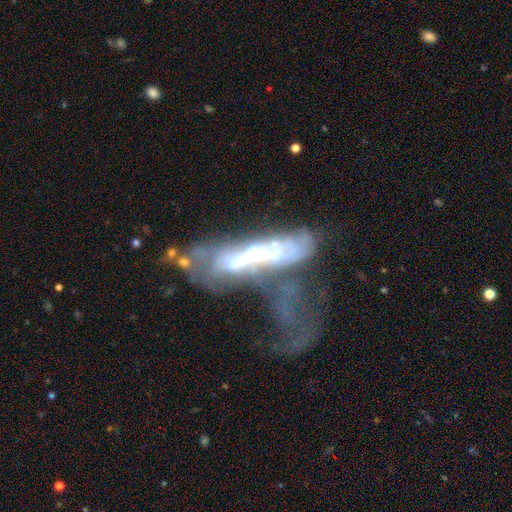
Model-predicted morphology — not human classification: Smooth or featured: featured or disk — 69% (smooth — 20%)
Edge-on disk: no — 74% (yes — 26%)
Bar: no — 56% (strong — 23%)
Spiral arms: no — 61% (yes — 39%)
Bulge size: moderate — 40% (small — 29%)
Merging: major disturbance — 47% (merger — 31%)